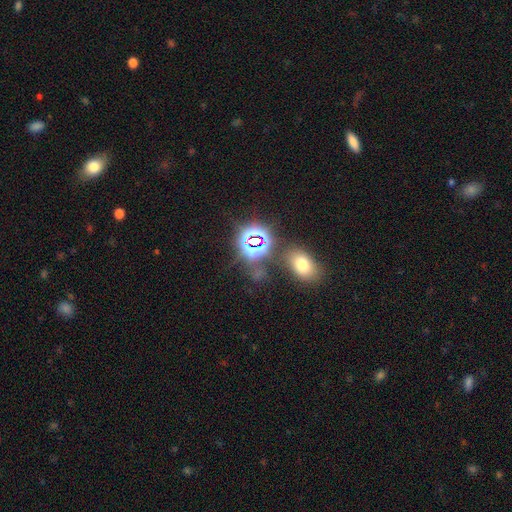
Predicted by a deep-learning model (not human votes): A star or artifact, not a galaxy (50%).